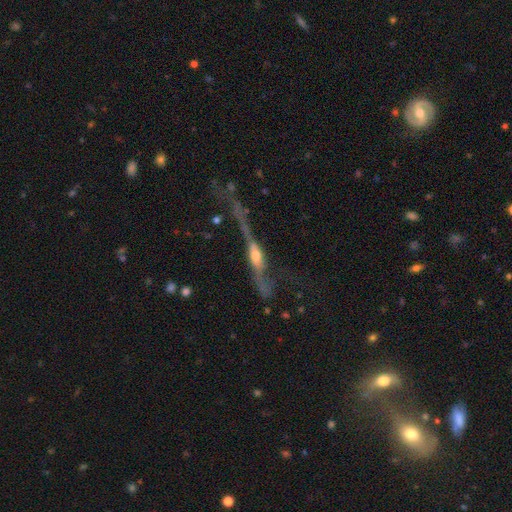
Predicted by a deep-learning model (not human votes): Morphology: type=featured or disk (75%); edge-on=yes (74%); edge-on bulge=rounded (79%); merging=none (37%).